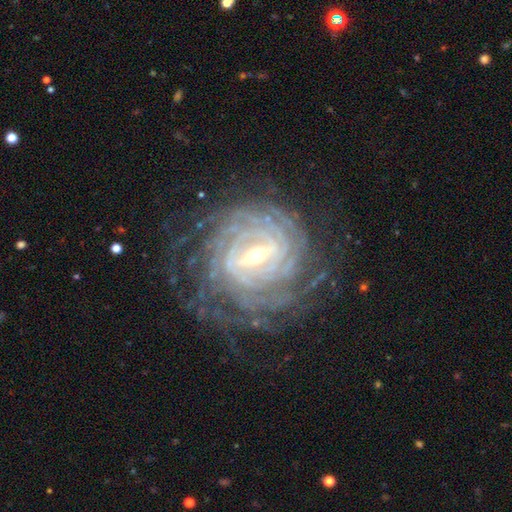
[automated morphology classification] Smooth or featured? featured or disk (92%)
Edge-on disk? no (97%)
Bar? strong (57%)
Spiral arms? yes (98%)
Spiral winding? tight (86%)
Spiral arm count? more than 4 (33%)
Bulge size? small (55%)
Merging? none (78%)